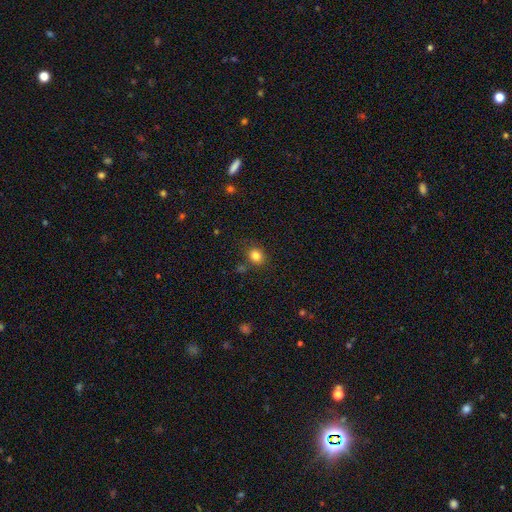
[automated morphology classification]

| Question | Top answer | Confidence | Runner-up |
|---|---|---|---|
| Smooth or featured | smooth | 83% | star or artifact (12%) |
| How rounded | round | 65% | in between (34%) |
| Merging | none | 81% | minor disturbance (11%) |